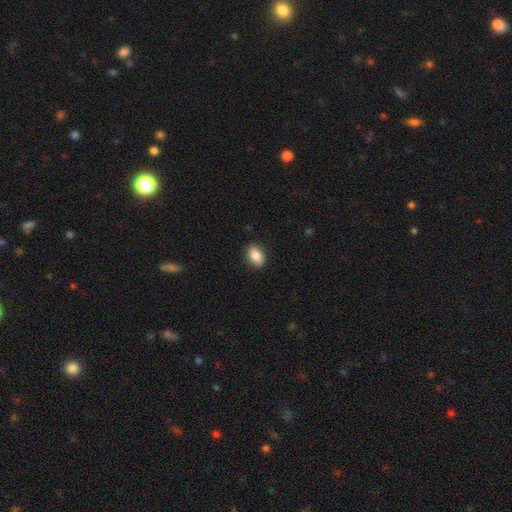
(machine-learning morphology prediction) smooth-or-featured: smooth: 84% | featured or disk: 9% | star or artifact: 7%
  how-rounded: in between: 86% | round: 11% | cigar-shaped: 3%
  merging: none: 88% | minor disturbance: 9% | major disturbance: 2% | merger: 1%